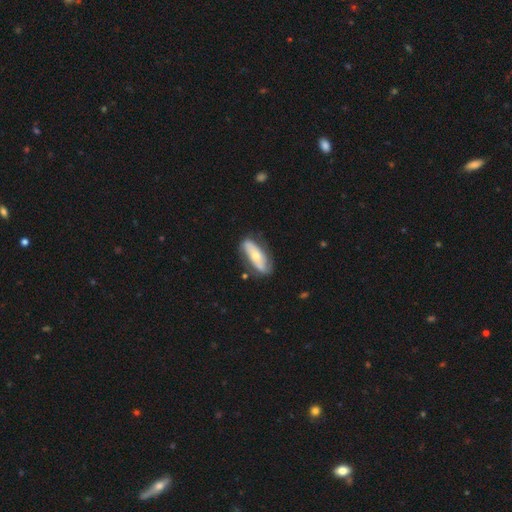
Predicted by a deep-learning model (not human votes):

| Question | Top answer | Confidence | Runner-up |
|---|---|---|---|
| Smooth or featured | featured or disk | 51% | smooth (43%) |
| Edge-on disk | no | 78% | yes (22%) |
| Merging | none | 70% | minor disturbance (21%) |